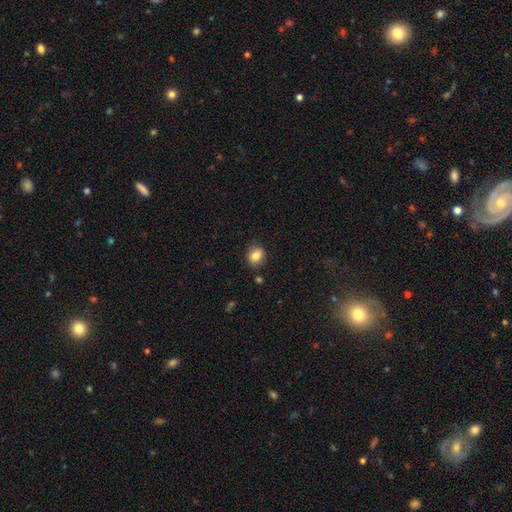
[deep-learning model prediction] Smooth or featured? smooth (85%)
How rounded? round (65%)
Merging? none (85%)